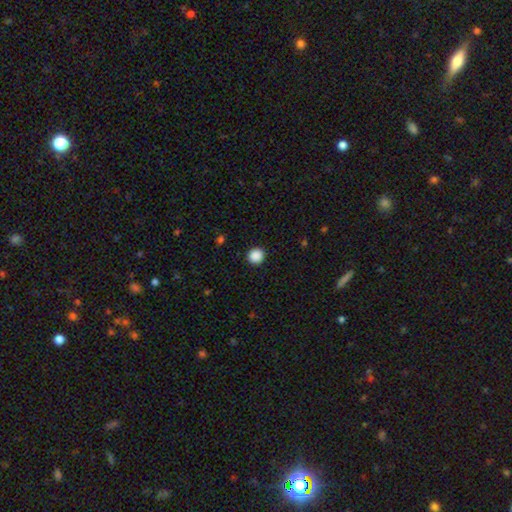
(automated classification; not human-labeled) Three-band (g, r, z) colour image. It shows a smooth galaxy with no disk features (89%) that is round (91%). Merging: none (92%).